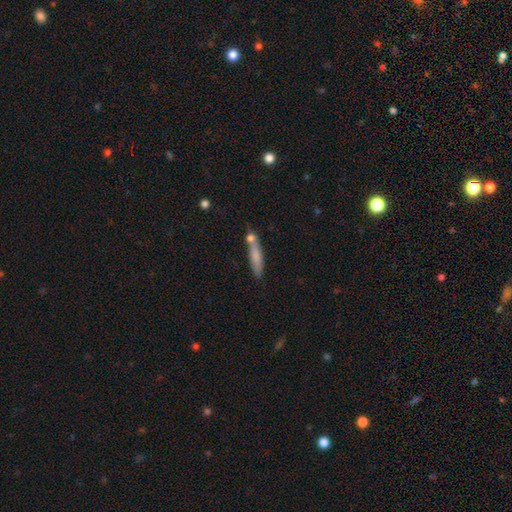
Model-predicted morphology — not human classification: smooth-or-featured: smooth: 70% | featured or disk: 22% | star or artifact: 8%
  how-rounded: cigar-shaped: 84% | in between: 14% | round: 2%
  merging: none: 54% | merger: 25% | minor disturbance: 16% | major disturbance: 6%